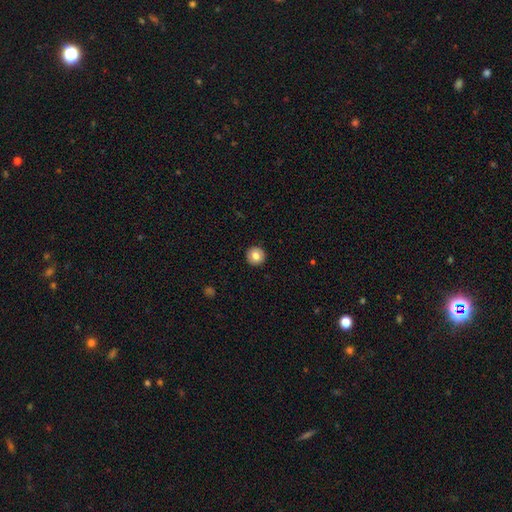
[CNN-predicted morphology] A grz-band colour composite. It shows a smooth galaxy with no disk features (81%) that is round (95%). Merging: none (93%).